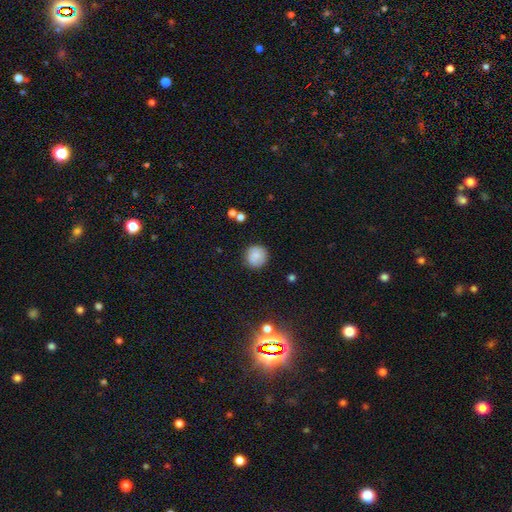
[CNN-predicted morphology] smooth_or_featured: smooth (p=0.78) [alt: featured or disk p=0.13]
how_rounded: round (p=0.92) [alt: in between p=0.07]
merging: none (p=0.84) [alt: minor disturbance p=0.11]